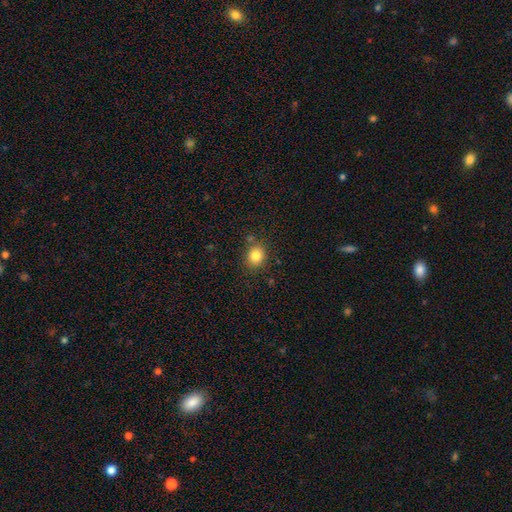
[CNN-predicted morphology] Smooth or featured? smooth (84%)
How rounded? round (71%)
Merging? none (78%)